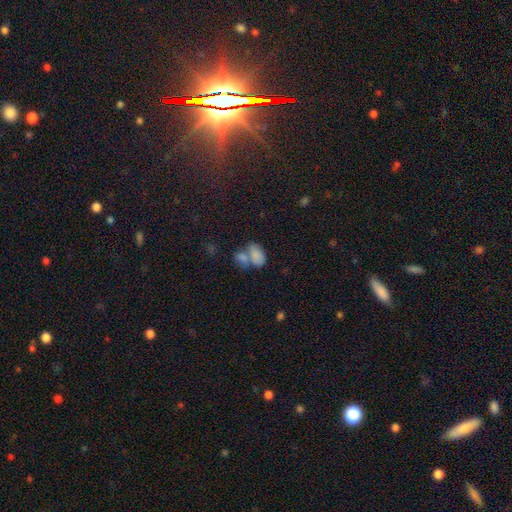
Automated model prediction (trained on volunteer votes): A smooth galaxy with no disk features (79%) that is in between round and cigar-shaped (90%).

Vote fractions:
- Smooth or featured? smooth: 79% / featured or disk: 12% / star or artifact: 9%
- How rounded? in between: 90% / round: 8% / cigar-shaped: 2%
- Merging? merger: 59% / none: 25% / minor disturbance: 10% / major disturbance: 6%